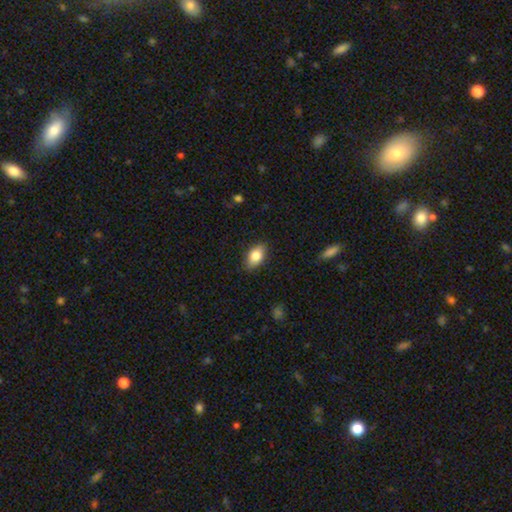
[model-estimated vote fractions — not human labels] Q: Smooth or featured?
A: smooth (82%); runner-up: featured or disk (11%)
Q: How rounded?
A: in between (89%); runner-up: round (8%)
Q: Merging?
A: none (86%); runner-up: minor disturbance (11%)